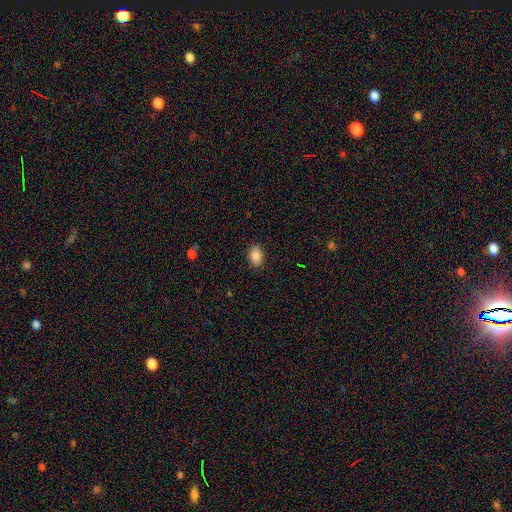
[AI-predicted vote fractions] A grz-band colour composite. It shows a smooth galaxy with no disk features (86%) that is in between round and cigar-shaped (84%). Merging: none (88%).